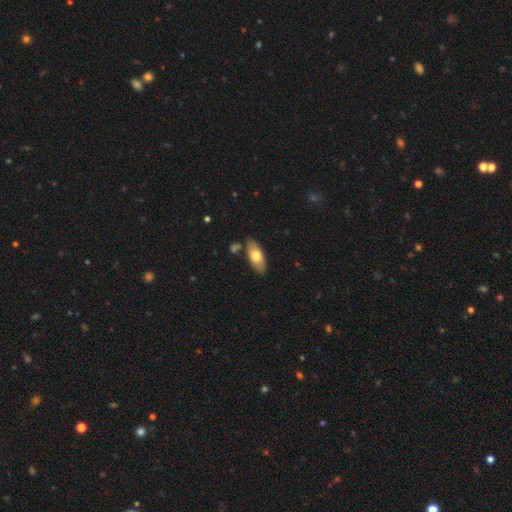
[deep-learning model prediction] smooth_or_featured: smooth (p=0.66) [alt: featured or disk p=0.28]
how_rounded: in between (p=0.84) [alt: cigar-shaped p=0.14]
merging: none (p=0.78) [alt: minor disturbance p=0.13]